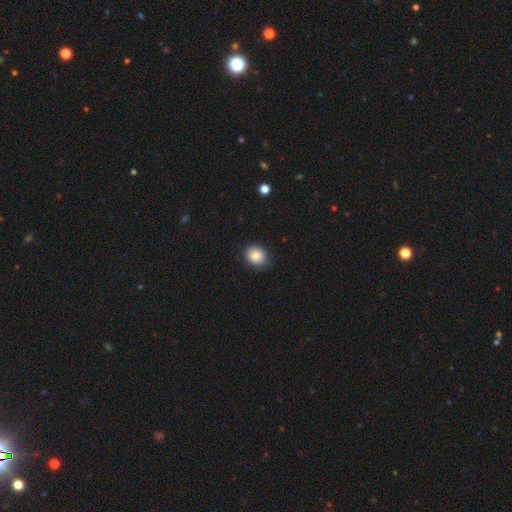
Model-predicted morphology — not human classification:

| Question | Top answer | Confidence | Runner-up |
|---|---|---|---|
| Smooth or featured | smooth | 84% | star or artifact (9%) |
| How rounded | round | 69% | in between (30%) |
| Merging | none | 85% | minor disturbance (12%) |